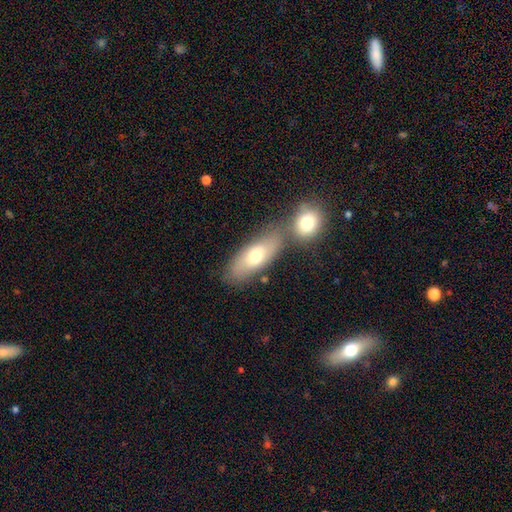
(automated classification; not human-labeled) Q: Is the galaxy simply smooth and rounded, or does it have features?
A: smooth — 68%.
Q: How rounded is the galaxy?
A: in between — 76%.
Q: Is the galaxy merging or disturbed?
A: none — 53%.